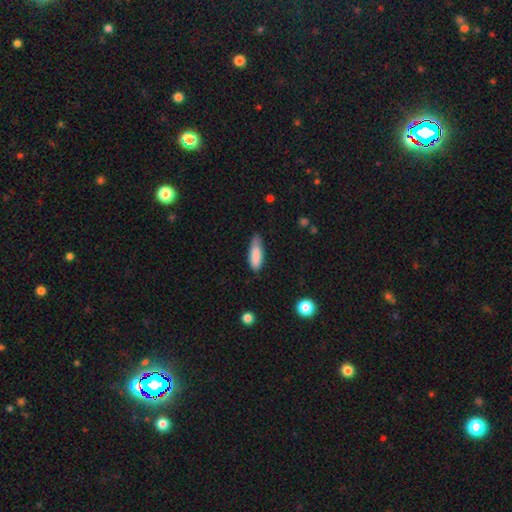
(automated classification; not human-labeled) This appears to be a smooth galaxy with no disk features (86%) that is in between round and cigar-shaped (53%). Merging: none (67%).